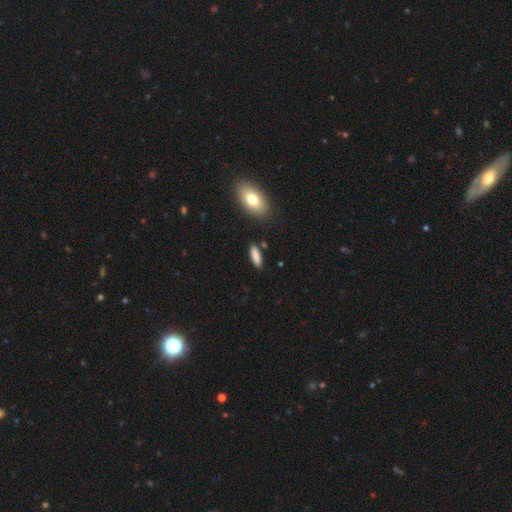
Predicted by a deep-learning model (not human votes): smooth 86%, featured or disk 7%, star or artifact 7%. Down the decision tree: how rounded — cigar-shaped (51%); merging — none (85%).